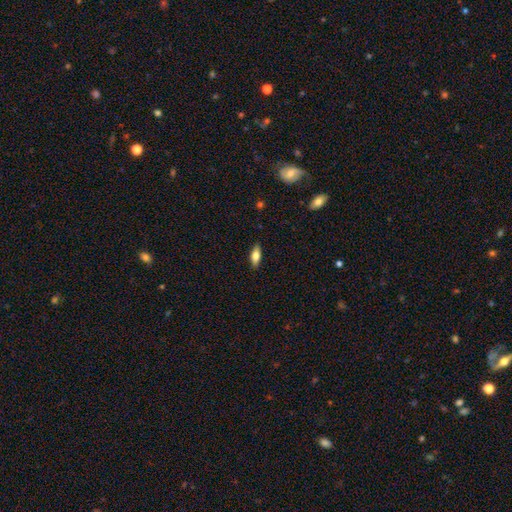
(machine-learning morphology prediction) Smooth or featured?
  - smooth: 69% *
  - featured or disk: 24%
  - star or artifact: 7%
How rounded?
  - in between: 75% *
  - cigar-shaped: 22%
  - round: 3%
Merging?
  - none: 88% *
  - minor disturbance: 9%
  - major disturbance: 2%
  - merger: 1%